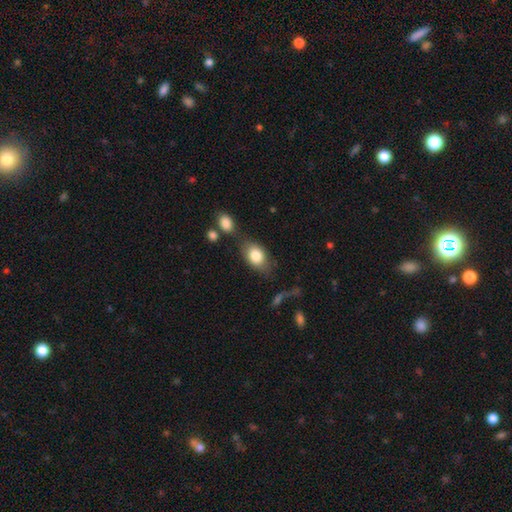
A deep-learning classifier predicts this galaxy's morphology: This appears to be a smooth galaxy with no disk features (81%) that is in between round and cigar-shaped (79%). Merging: none (61%).